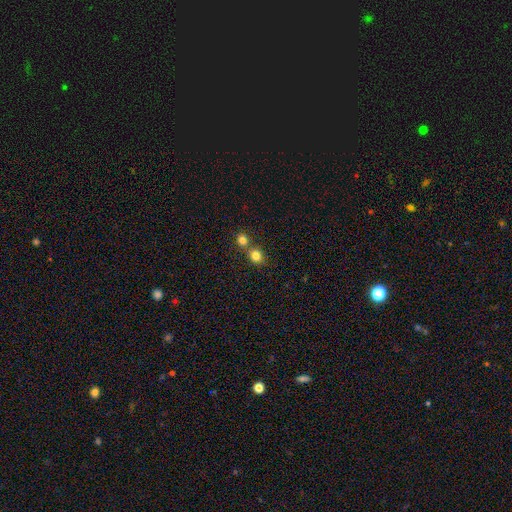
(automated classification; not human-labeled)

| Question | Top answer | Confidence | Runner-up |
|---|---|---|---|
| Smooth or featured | smooth | 80% | star or artifact (13%) |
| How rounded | round | 77% | in between (22%) |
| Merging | none | 52% | merger (38%) |